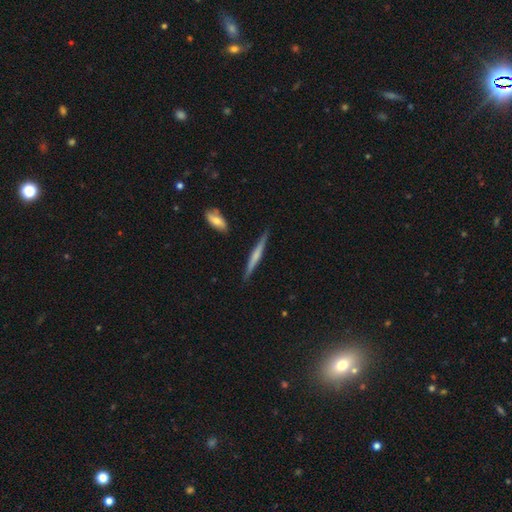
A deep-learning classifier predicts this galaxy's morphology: Q: Smooth or featured?
A: featured or disk (54%); runner-up: smooth (40%)
Q: Edge-on disk?
A: yes (97%); runner-up: no (3%)
Q: Edge-on bulge?
A: none (47%); runner-up: rounded (37%)
Q: Merging?
A: none (88%); runner-up: minor disturbance (9%)